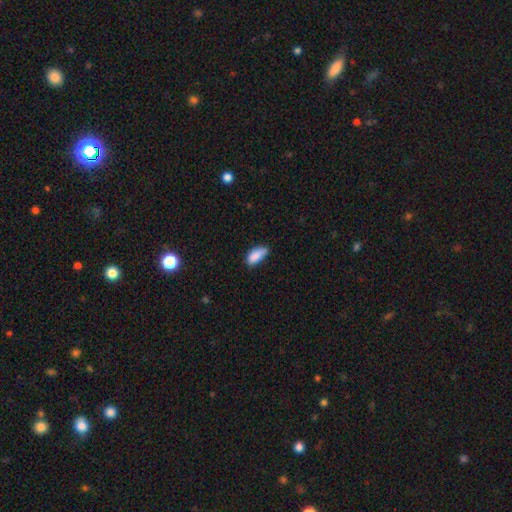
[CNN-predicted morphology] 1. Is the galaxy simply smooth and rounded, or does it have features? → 86% smooth, 8% star or artifact, 6% featured or disk.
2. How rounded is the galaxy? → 86% in between, 11% cigar-shaped, 3% round.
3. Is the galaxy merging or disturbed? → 53% none, 37% minor disturbance, 7% major disturbance, 3% merger.